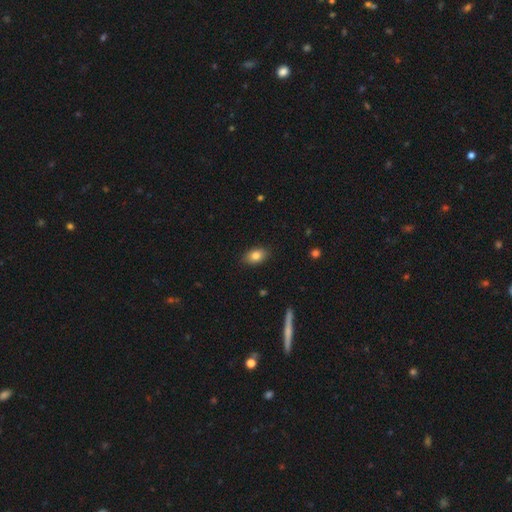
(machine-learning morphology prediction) This appears to be a smooth galaxy with no disk features (83%) that is in between round and cigar-shaped (85%). Merging: none (88%).